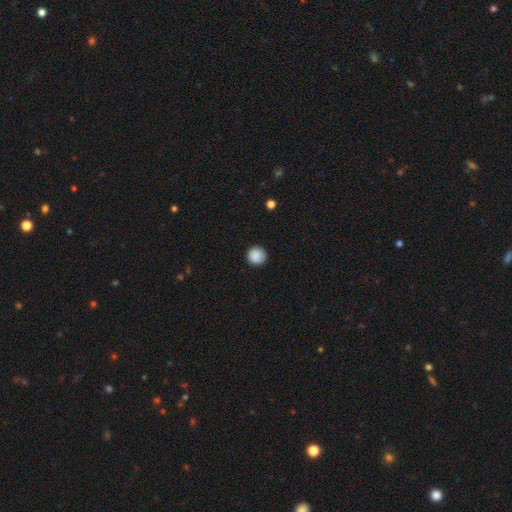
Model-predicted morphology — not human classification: Smooth or featured?
  - smooth: 89% *
  - star or artifact: 9%
  - featured or disk: 3%
How rounded?
  - round: 95% *
  - in between: 4%
  - cigar-shaped: 1%
Merging?
  - none: 91% *
  - minor disturbance: 7%
  - major disturbance: 2%
  - merger: 1%